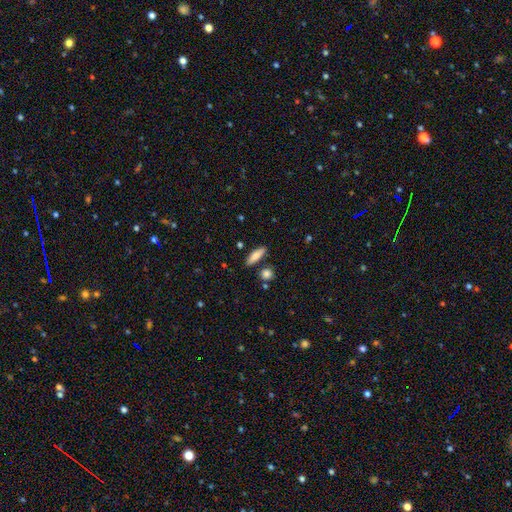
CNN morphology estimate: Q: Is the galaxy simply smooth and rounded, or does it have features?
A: smooth — 81%.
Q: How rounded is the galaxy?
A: cigar-shaped — 55%.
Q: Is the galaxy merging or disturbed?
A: none — 82%.